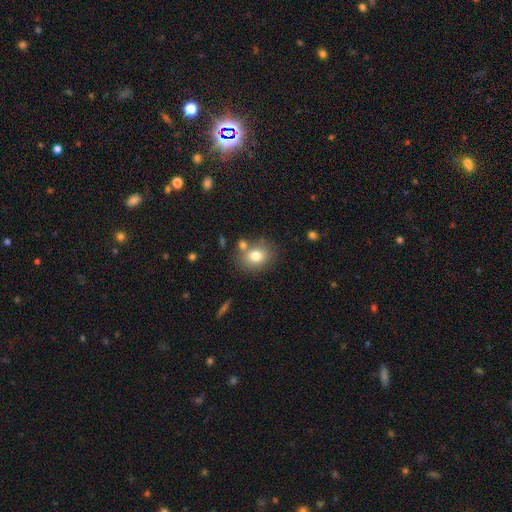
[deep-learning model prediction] Morphology: type=smooth (77%); roundness=round (55%); merging=none (68%).